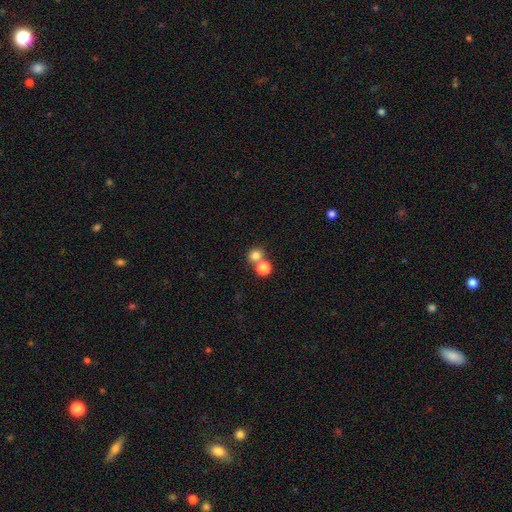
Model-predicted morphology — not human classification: This appears to be a smooth galaxy with no disk features (79%) that is round (84%). Merging: none (53%).